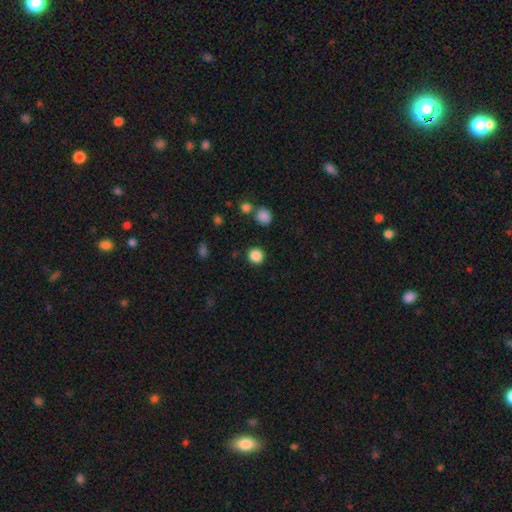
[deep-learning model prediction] Smooth or featured: smooth — 86% (star or artifact — 11%)
How rounded: round — 93% (in between — 6%)
Merging: none — 90% (minor disturbance — 5%)